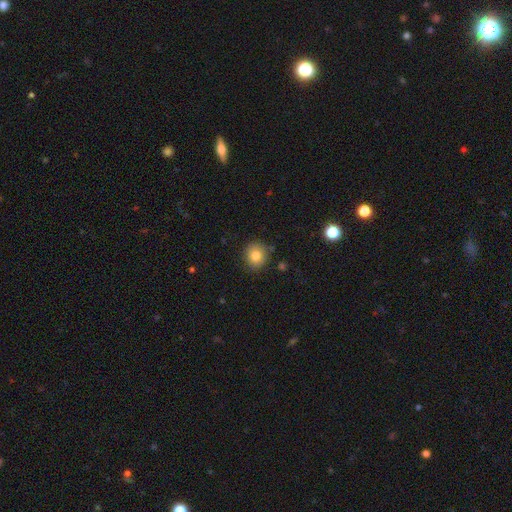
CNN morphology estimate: type=smooth (82%); roundness=round (87%); merging=none (87%).